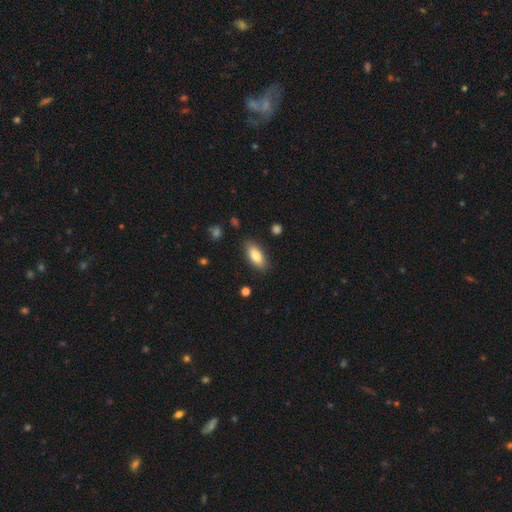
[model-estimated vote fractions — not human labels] The model was most divided on "how rounded": in between: 83%, cigar-shaped: 15%, round: 2%. More confident: merging — none (86%); smooth or featured — smooth (82%).